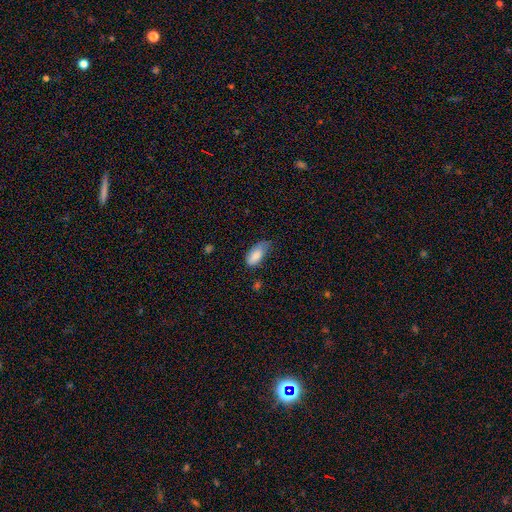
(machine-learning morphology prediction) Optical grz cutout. It shows a smooth galaxy with no disk features (84%) that is in between round and cigar-shaped (91%). Merging: minor disturbance (43%).